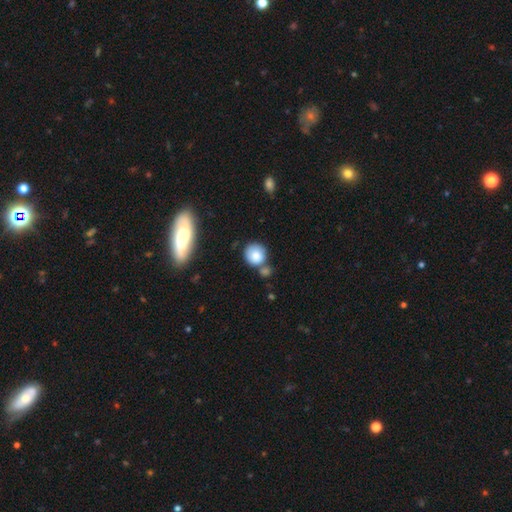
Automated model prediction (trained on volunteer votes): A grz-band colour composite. It shows a smooth galaxy with no disk features (81%) that is round (88%). Merging: none (58%).